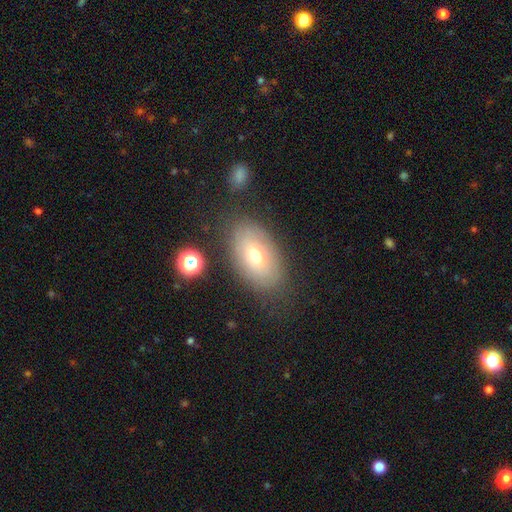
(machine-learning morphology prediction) Smooth or featured? smooth (61%)
How rounded? in between (89%)
Merging? none (75%)